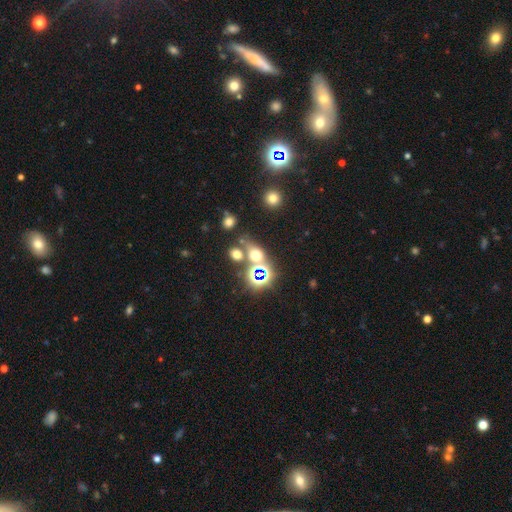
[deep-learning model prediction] Smooth or featured: smooth — 45% (star or artifact — 42%)
Merging: none — 62% (merger — 22%)